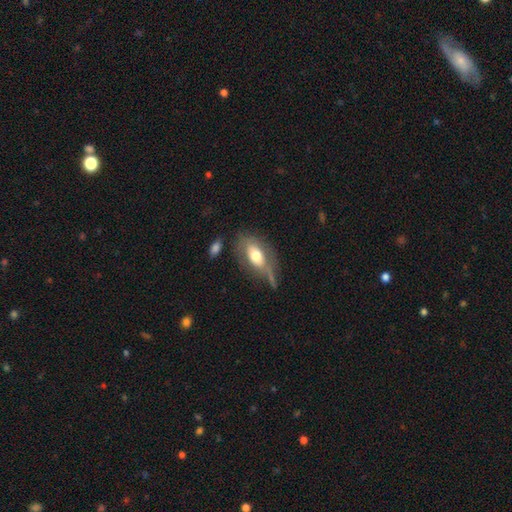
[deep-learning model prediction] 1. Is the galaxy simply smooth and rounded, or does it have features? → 60% smooth, 34% featured or disk, 7% star or artifact.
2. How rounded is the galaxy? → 87% in between, 7% round, 6% cigar-shaped.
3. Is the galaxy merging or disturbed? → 44% none, 27% minor disturbance, 19% major disturbance, 10% merger.